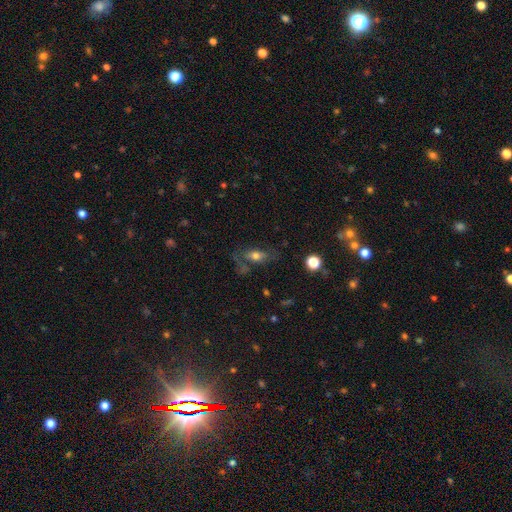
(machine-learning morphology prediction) Overall: smooth (53%; featured or disk 35%). How rounded: in between (74%). Merging: none (51%; major disturbance 21%).